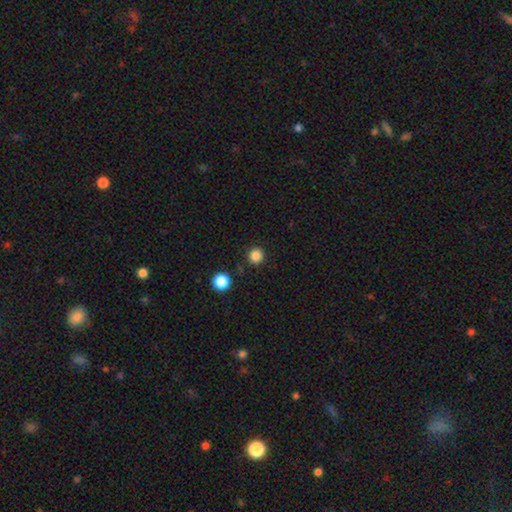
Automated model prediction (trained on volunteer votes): This is clearly a smooth galaxy (84%). How rounded: clearly round (95%). Merging: clearly none (90%).